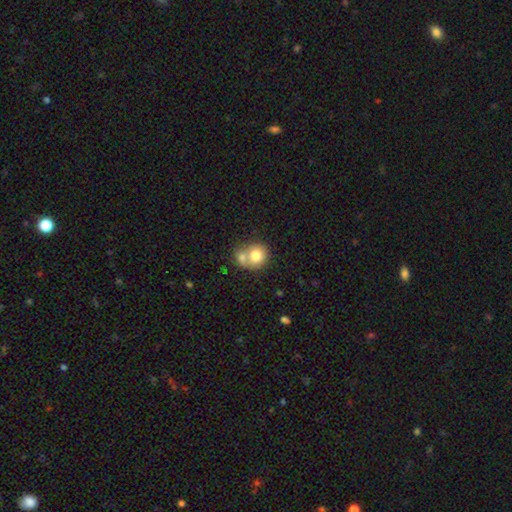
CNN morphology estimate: Overall: smooth (75%). How rounded: round (76%). Merging: merger (60%; none 30%).